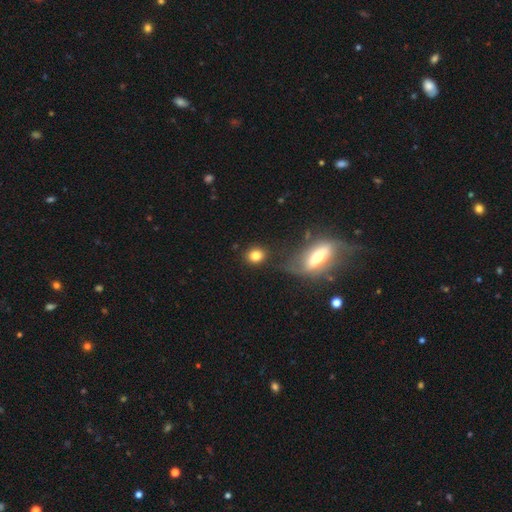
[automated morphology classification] This is clearly a smooth galaxy (81%). How rounded: likely round (67%). Merging: likely none (78%).